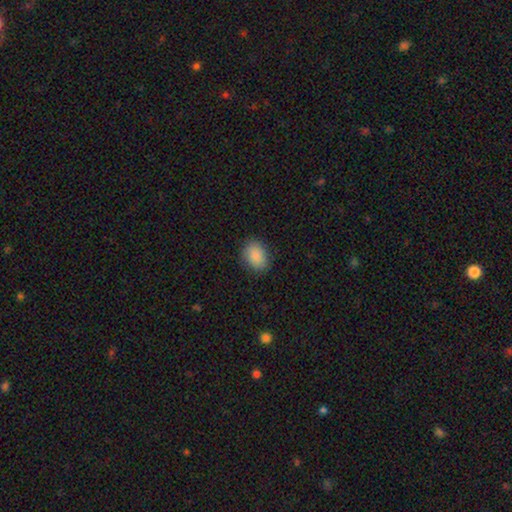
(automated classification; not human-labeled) Smooth or featured? smooth (88%)
How rounded? in between (68%)
Merging? none (86%)